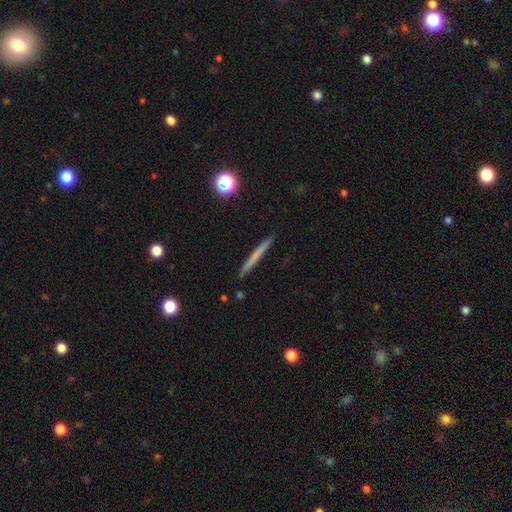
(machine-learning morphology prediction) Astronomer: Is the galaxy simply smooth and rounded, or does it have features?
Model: smooth — 60%.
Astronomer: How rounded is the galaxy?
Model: cigar-shaped — 96%.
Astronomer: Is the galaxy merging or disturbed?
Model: none — 91%.